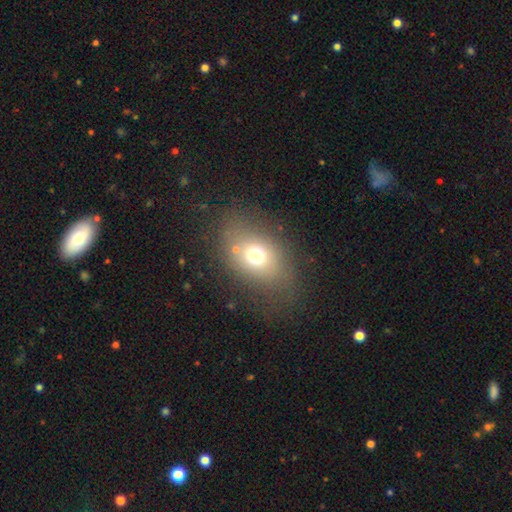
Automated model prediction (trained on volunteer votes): This appears to be a smooth galaxy with no disk features (68%) that is in between round and cigar-shaped (63%). Merging: none (71%).